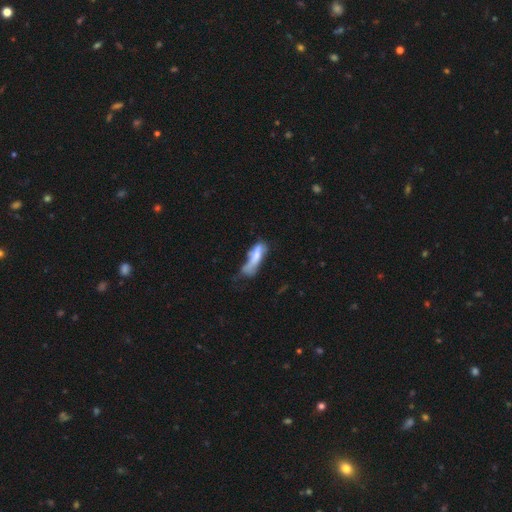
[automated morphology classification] Smooth or featured: smooth — 61% (featured or disk — 31%)
How rounded: cigar-shaped — 49% (in between — 48%)
Merging: major disturbance — 31% (minor disturbance — 29%)